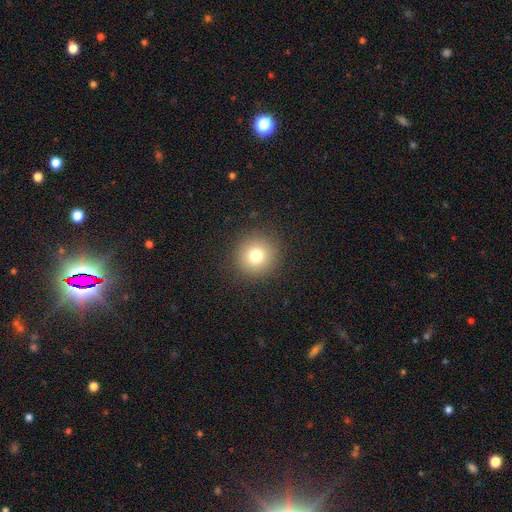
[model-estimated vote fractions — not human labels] Morphology: type=smooth (77%); roundness=round (94%); merging=none (91%).